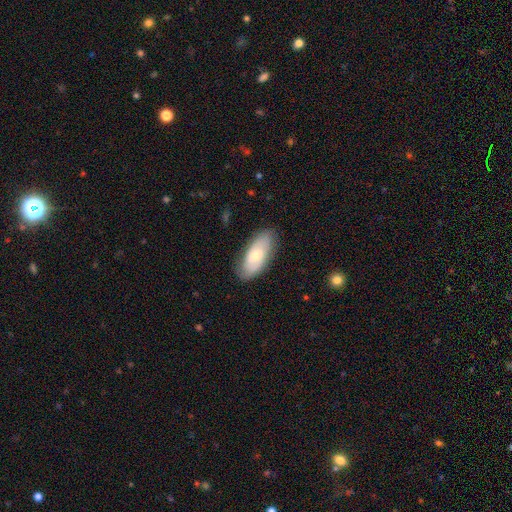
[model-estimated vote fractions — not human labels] smooth-or-featured: smooth: 61% | featured or disk: 33% | star or artifact: 6%
  how-rounded: in between: 86% | cigar-shaped: 12% | round: 3%
  merging: none: 82% | minor disturbance: 14% | major disturbance: 3% | merger: 1%